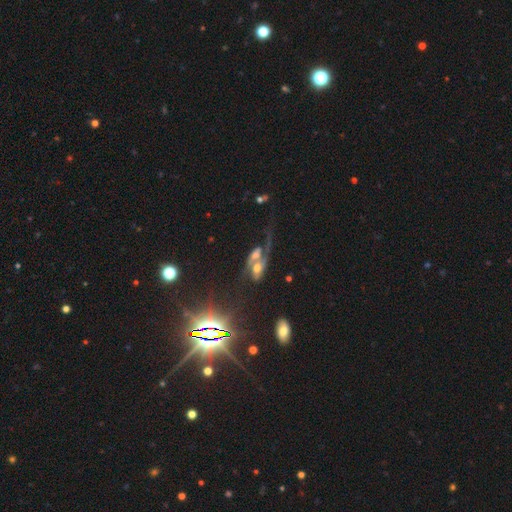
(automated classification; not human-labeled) A star or artifact, not a galaxy (72%).

Vote fractions:
- Smooth or featured? star or artifact: 72% / featured or disk: 14% / smooth: 14%